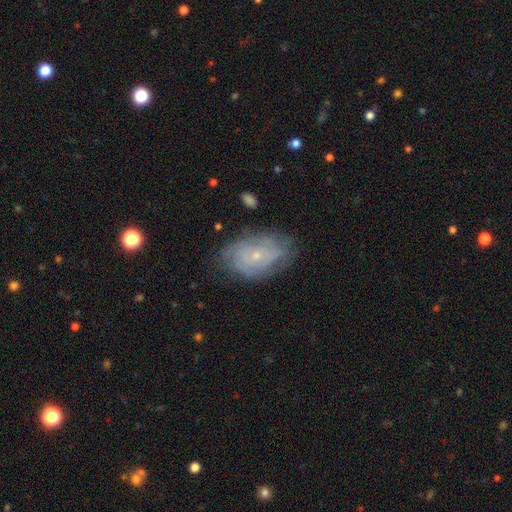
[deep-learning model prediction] A featured or disk galaxy (65%) with no bar (82%), spiral arms (79%) and a small central bulge (82%). Merging: none (72%).